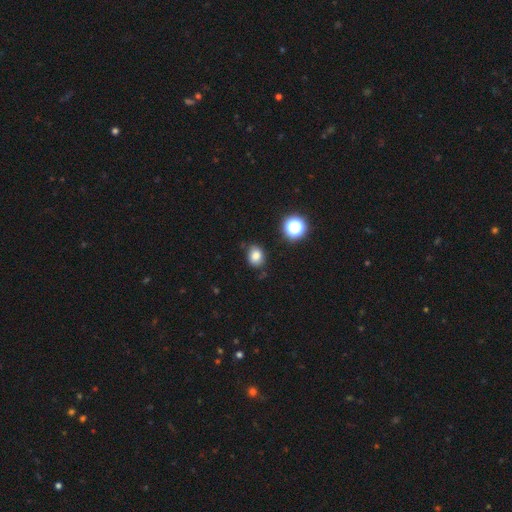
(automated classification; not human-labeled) This appears to be a smooth galaxy with no disk features (80%) that is round (53%). Merging: none (76%).